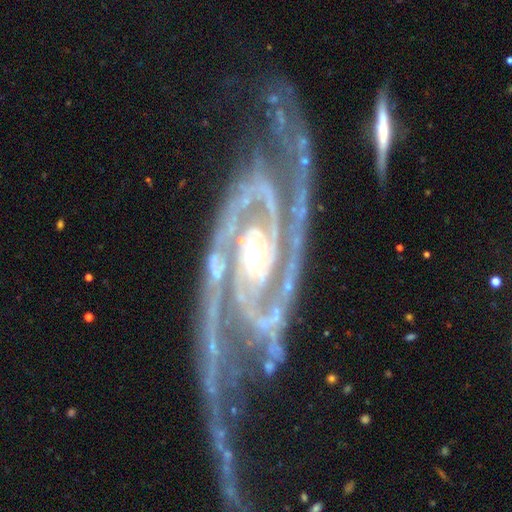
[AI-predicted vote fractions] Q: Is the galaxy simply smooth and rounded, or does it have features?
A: featured or disk — 93%.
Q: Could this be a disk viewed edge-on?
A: no — 96%.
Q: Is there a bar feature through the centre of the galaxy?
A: no — 43%.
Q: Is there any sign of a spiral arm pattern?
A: yes — 98%.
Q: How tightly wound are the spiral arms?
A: tight — 50%.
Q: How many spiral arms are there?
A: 2 — 69%.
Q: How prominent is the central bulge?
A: moderate — 50%.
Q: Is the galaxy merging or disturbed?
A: none — 56%.